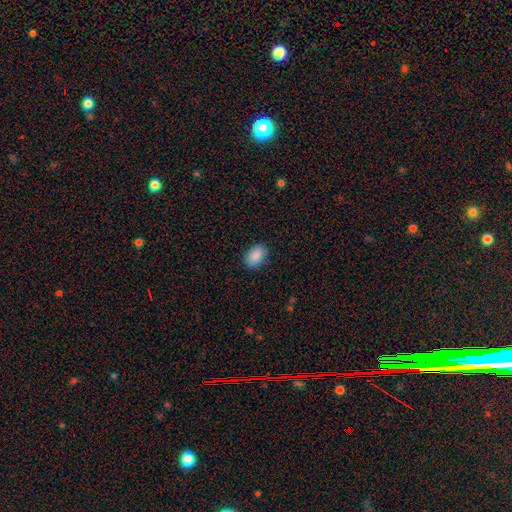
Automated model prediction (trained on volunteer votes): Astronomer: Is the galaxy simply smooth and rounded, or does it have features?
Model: smooth — 88%.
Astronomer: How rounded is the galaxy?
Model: in between — 81%.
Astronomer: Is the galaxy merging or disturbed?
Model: none — 84%.